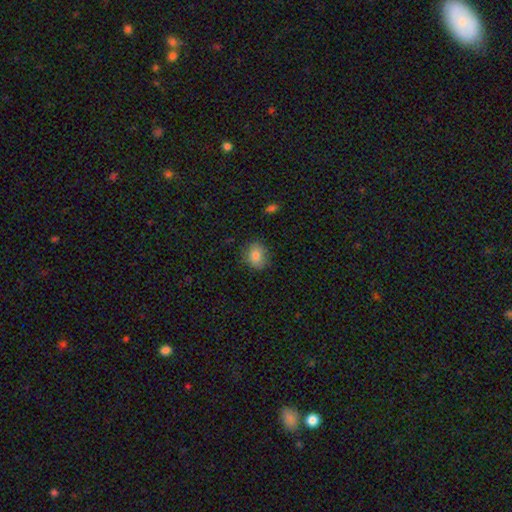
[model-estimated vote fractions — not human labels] This appears to be a smooth galaxy with no disk features (84%) that is round (54%). Merging: none (79%).